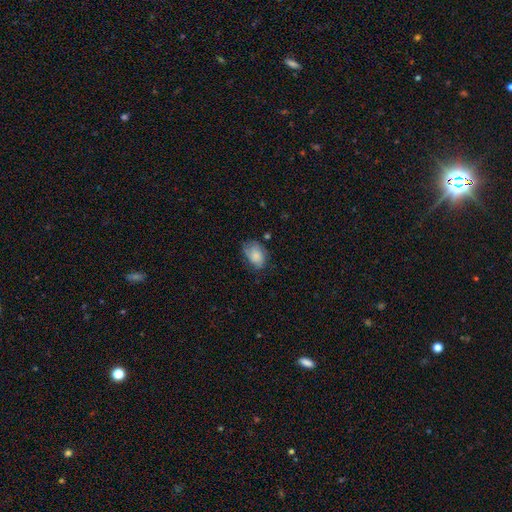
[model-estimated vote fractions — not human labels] Overall: smooth (79%). How rounded: in between (84%). Merging: none (56%; minor disturbance 31%).